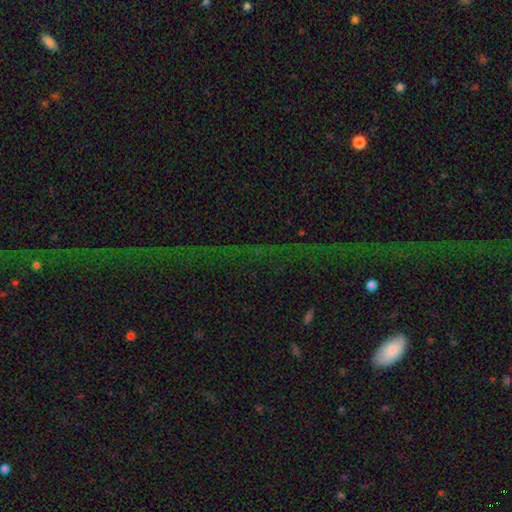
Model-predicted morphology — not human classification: Smooth or featured? star or artifact (66%)